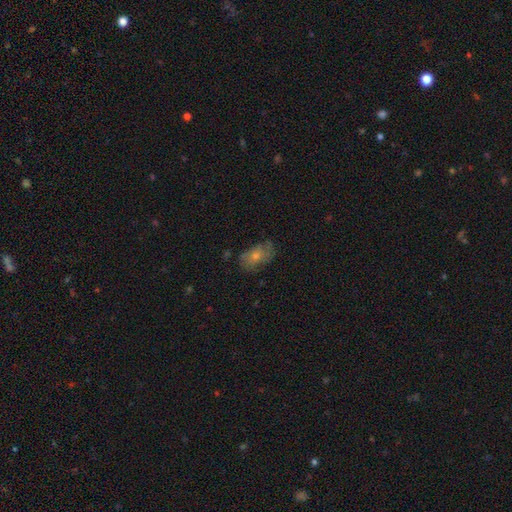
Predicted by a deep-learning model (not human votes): The model was most divided on "smooth or featured": smooth: 44%, featured or disk: 41%, star or artifact: 15%. More confident: merging — none (71%).